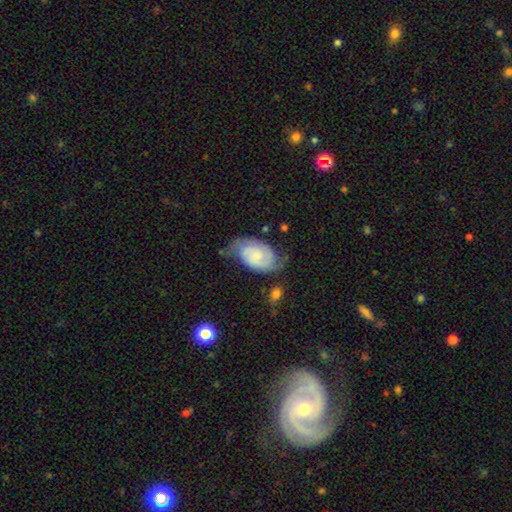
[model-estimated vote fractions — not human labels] A featured or disk galaxy (65%) with no bar (62%), 2 (79%) tight (45%) spiral arms (92%) and a small central bulge (51%). Merging: none (57%).